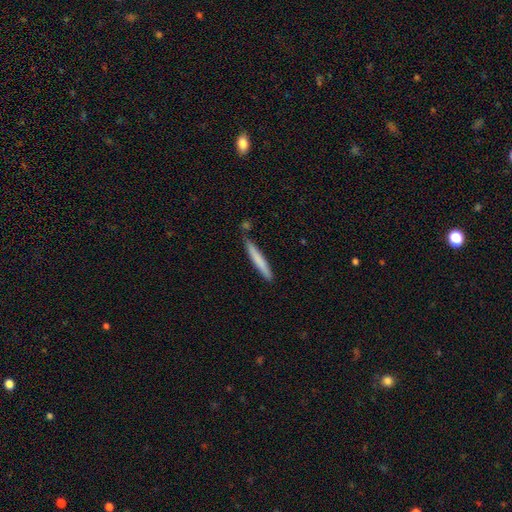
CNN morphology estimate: A smooth galaxy with no disk features (71%) that is cigar-shaped (96%).

Vote fractions:
- Smooth or featured? smooth: 71% / featured or disk: 23% / star or artifact: 6%
- How rounded? cigar-shaped: 96% / in between: 3% / round: 1%
- Merging? none: 86% / minor disturbance: 9% / merger: 3% / major disturbance: 2%